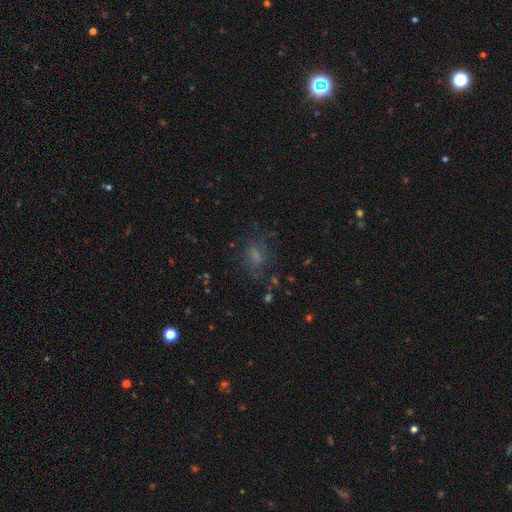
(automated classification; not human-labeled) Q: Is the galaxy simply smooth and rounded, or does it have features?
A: smooth — 58%.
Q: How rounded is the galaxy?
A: in between — 73%.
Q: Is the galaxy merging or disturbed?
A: none — 63%.